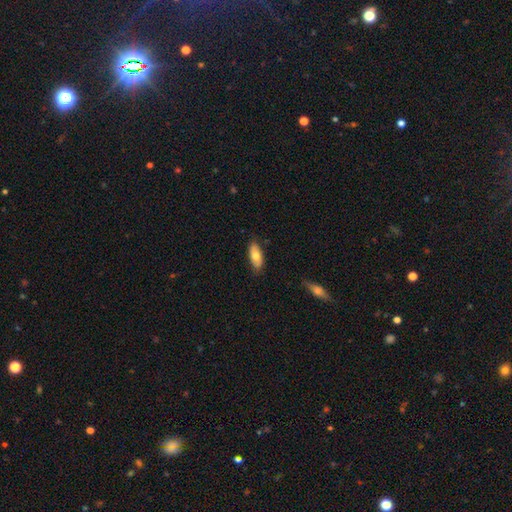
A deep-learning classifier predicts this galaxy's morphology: This appears to be a smooth galaxy with no disk features (73%) that is in between round and cigar-shaped (86%). Merging: none (80%).